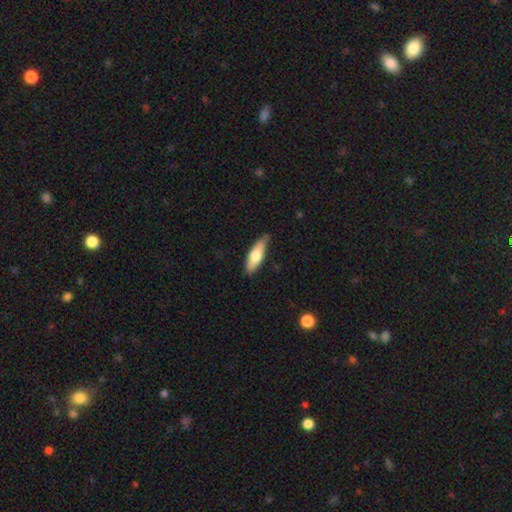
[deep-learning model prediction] Smooth or featured?
  - smooth: 63% *
  - featured or disk: 31%
  - star or artifact: 5%
How rounded?
  - in between: 50% *
  - cigar-shaped: 48%
  - round: 2%
Merging?
  - none: 80% *
  - minor disturbance: 16%
  - major disturbance: 2%
  - merger: 1%